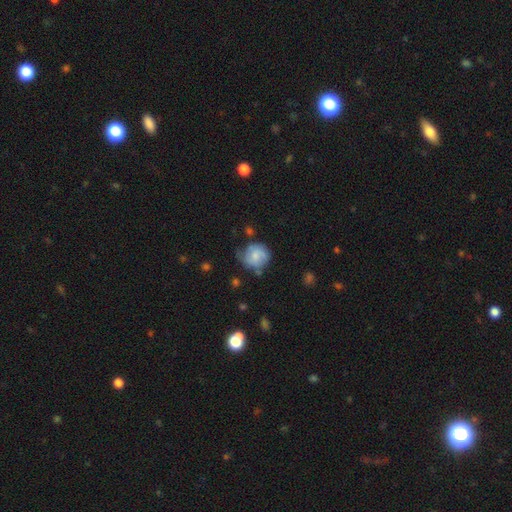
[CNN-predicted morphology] A smooth galaxy with no disk features (57%) that is round (80%). Merging: none (53%).